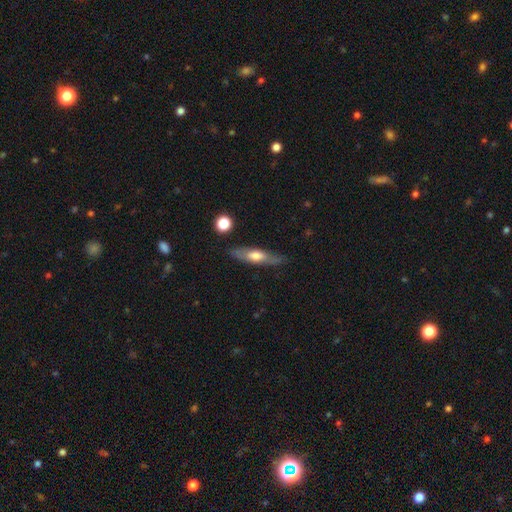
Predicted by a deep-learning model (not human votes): smooth 48%, featured or disk 46%, star or artifact 6%. Down the decision tree: merging — none (79%).